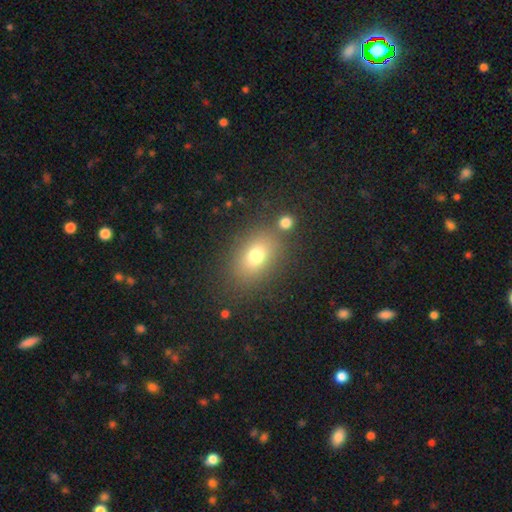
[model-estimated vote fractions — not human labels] Smooth or featured?
  - smooth: 73% *
  - star or artifact: 14%
  - featured or disk: 13%
How rounded?
  - in between: 74% *
  - round: 24%
  - cigar-shaped: 2%
Merging?
  - none: 76% *
  - minor disturbance: 11%
  - merger: 8%
  - major disturbance: 5%